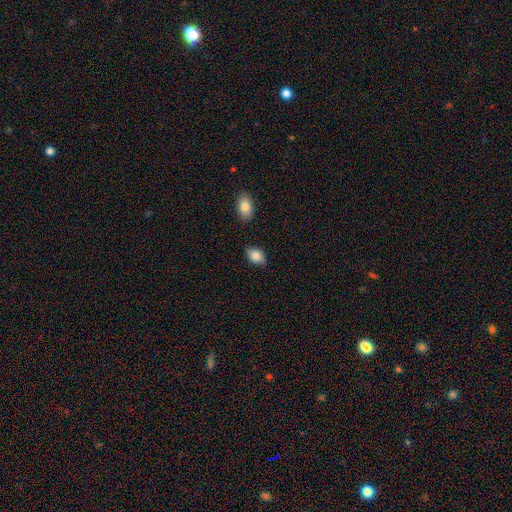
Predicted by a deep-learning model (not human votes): Overall: smooth (80%). How rounded: in between (86%). Merging: none (81%).